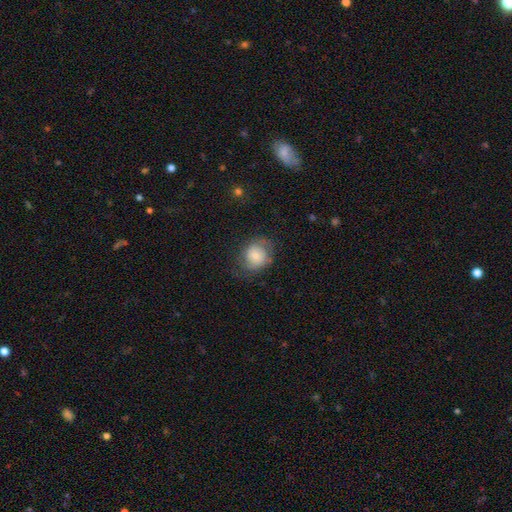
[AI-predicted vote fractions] Smooth or featured? smooth (71%)
How rounded? round (62%)
Merging? none (61%)